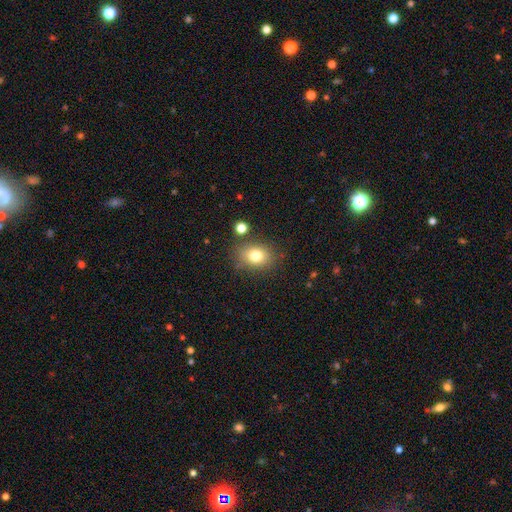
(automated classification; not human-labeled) This appears to be a smooth galaxy with no disk features (78%) that is in between round and cigar-shaped (55%). Merging: none (78%).